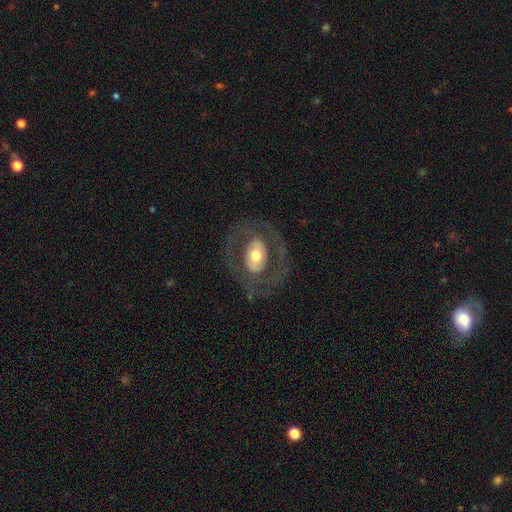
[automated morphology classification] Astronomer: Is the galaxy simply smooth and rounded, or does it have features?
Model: featured or disk — 65%.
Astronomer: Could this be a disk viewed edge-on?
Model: no — 94%.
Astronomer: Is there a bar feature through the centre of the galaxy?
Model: no — 60%.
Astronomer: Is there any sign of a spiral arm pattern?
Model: no — 59% (runner-up: yes, 41%).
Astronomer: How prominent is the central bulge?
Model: moderate — 66%.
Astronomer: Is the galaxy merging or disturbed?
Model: none — 73%.